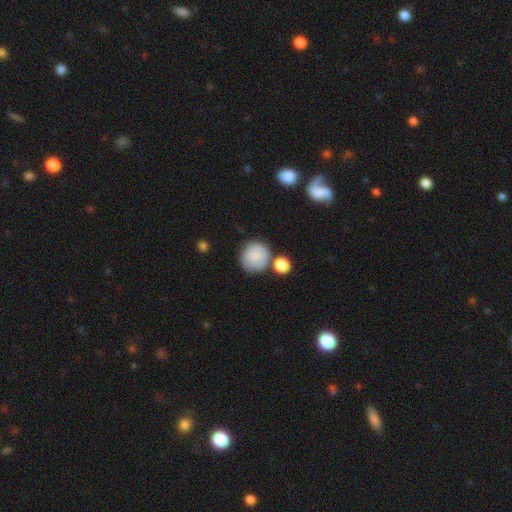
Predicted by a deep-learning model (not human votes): This is clearly a smooth galaxy (83%). How rounded: clearly round (90%). Merging: likely none (67%).